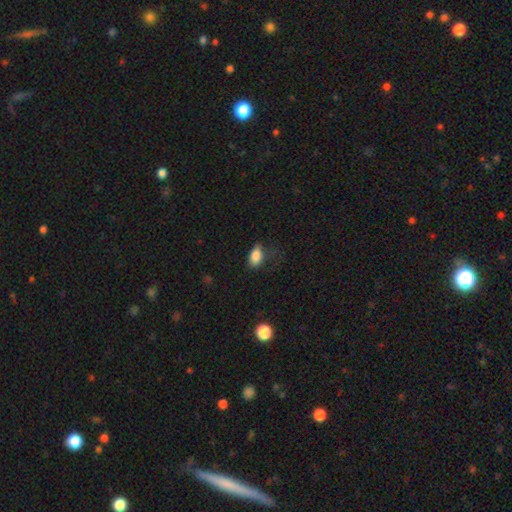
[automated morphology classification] Q: Smooth or featured?
A: smooth (85%); runner-up: star or artifact (9%)
Q: How rounded?
A: in between (89%); runner-up: round (7%)
Q: Merging?
A: none (53%); runner-up: minor disturbance (30%)